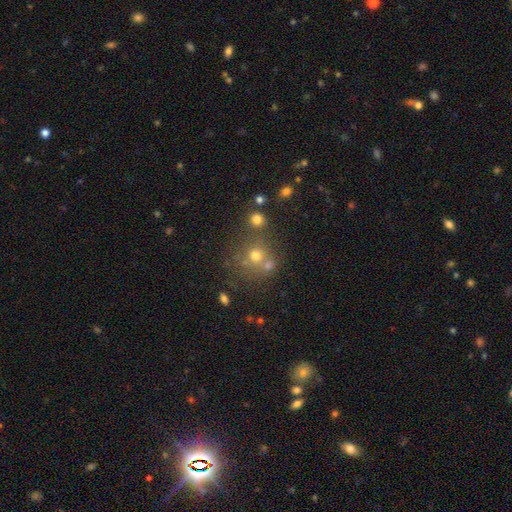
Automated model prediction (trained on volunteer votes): The model was most divided on "merging": none: 56%, merger: 30%, minor disturbance: 10%, major disturbance: 5%. More confident: how rounded — round (86%); smooth or featured — smooth (64%).